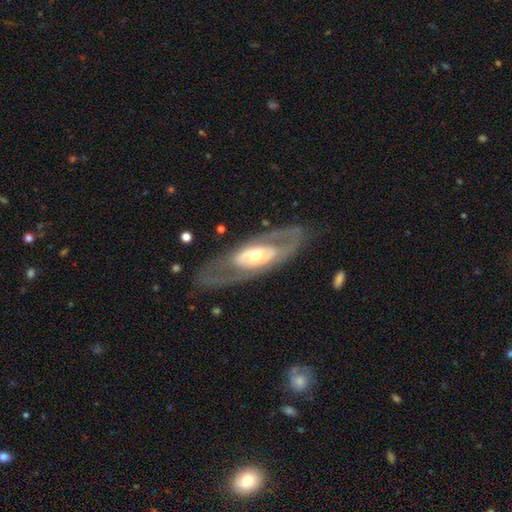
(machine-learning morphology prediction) Smooth or featured: featured or disk — 76% (smooth — 19%)
Edge-on disk: no — 84% (yes — 16%)
Bar: no — 62% (weak — 22%)
Spiral arms: no — 51% (yes — 49%)
Bulge size: moderate — 57% (small — 27%)
Merging: none — 73% (minor disturbance — 13%)